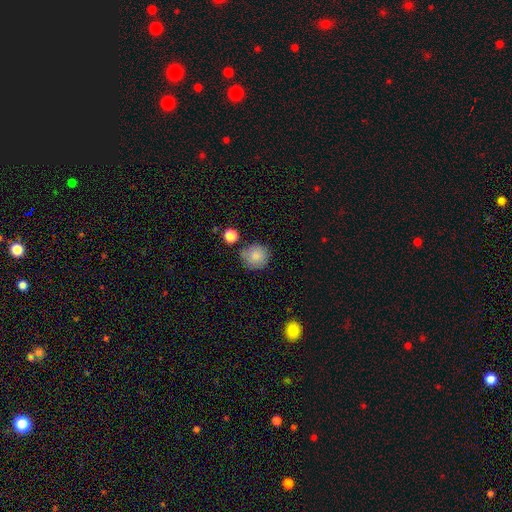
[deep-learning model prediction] Morphology: type=smooth (84%); roundness=round (90%); merging=none (75%).